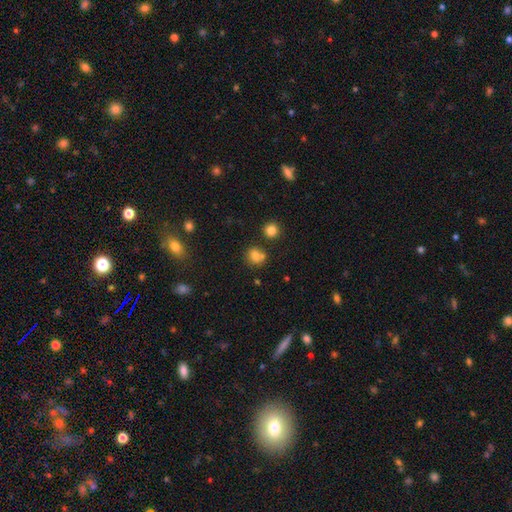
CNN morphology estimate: Smooth or featured? Predicted: smooth (p=0.76). How rounded? Predicted: round (p=0.79). Merging? Predicted: none (p=0.62).